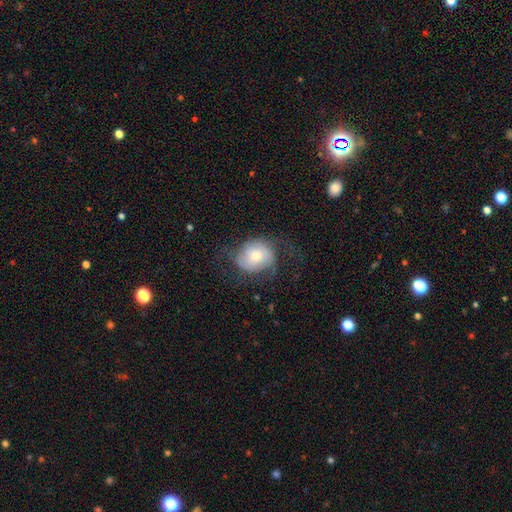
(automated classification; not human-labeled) A smooth galaxy with no disk features (49%). Merging: none (50%).